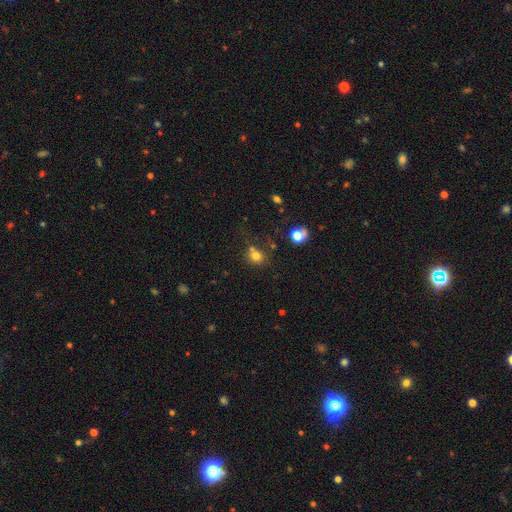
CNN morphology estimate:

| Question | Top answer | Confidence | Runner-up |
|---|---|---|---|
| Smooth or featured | smooth | 75% | star or artifact (16%) |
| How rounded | round | 77% | in between (22%) |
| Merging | none | 58% | merger (19%) |